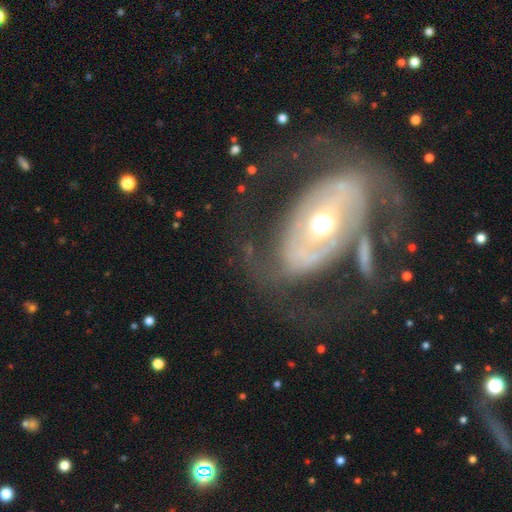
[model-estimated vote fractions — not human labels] Overall: featured or disk (78%). Edge-on disk: no (94%). Bar: no (44%; strong 30%). Spiral arms: yes (63%; no 37%). Bulge size: moderate (62%; small 26%). Merging: none (58%; major disturbance 24%).